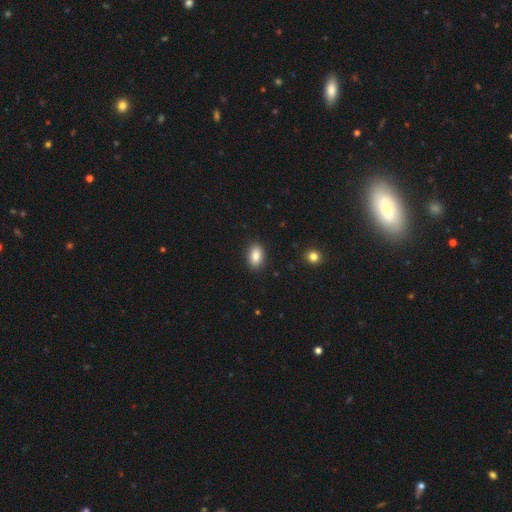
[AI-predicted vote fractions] A smooth galaxy with no disk features (85%) that is in between round and cigar-shaped (87%).

Vote fractions:
- Smooth or featured? smooth: 85% / star or artifact: 9% / featured or disk: 6%
- How rounded? in between: 87% / round: 11% / cigar-shaped: 2%
- Merging? none: 89% / minor disturbance: 8% / major disturbance: 2% / merger: 1%